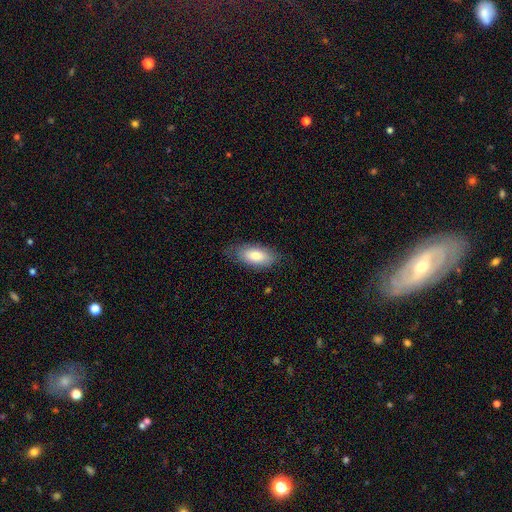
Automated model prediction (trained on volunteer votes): Q: Smooth or featured?
A: smooth (81%); runner-up: featured or disk (13%)
Q: How rounded?
A: in between (87%); runner-up: cigar-shaped (11%)
Q: Merging?
A: none (74%); runner-up: minor disturbance (20%)